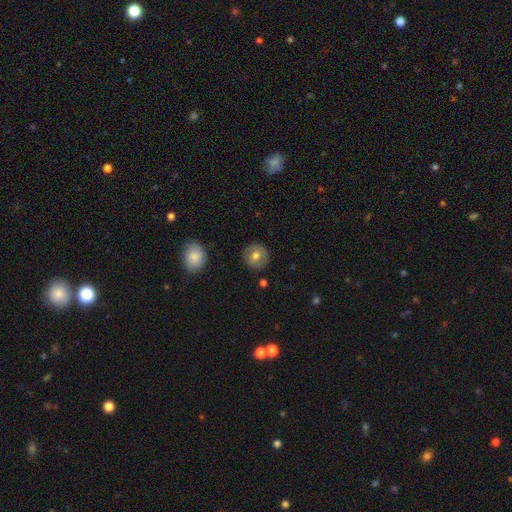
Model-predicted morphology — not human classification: This appears to be a smooth galaxy with no disk features (70%) that is round (93%). Merging: none (88%).